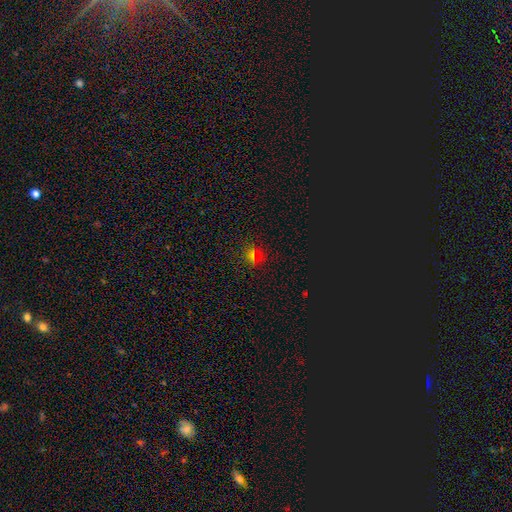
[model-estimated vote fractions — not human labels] Smooth or featured?
  - smooth: 57% *
  - star or artifact: 35%
  - featured or disk: 8%
How rounded?
  - round: 84% *
  - in between: 14%
  - cigar-shaped: 2%
Merging?
  - none: 86% *
  - minor disturbance: 8%
  - major disturbance: 3%
  - merger: 3%